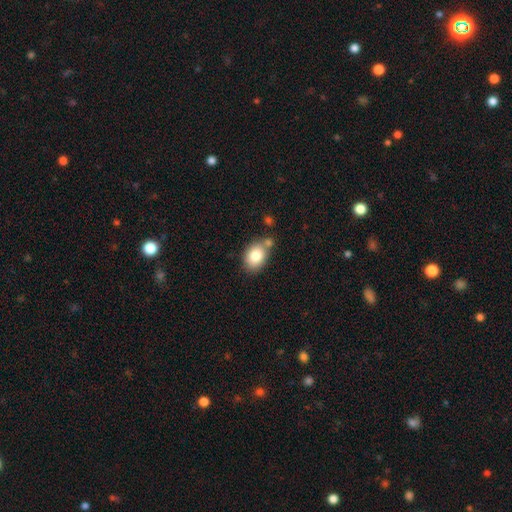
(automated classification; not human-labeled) Morphology: type=smooth (82%); roundness=in between (69%); merging=none (62%).